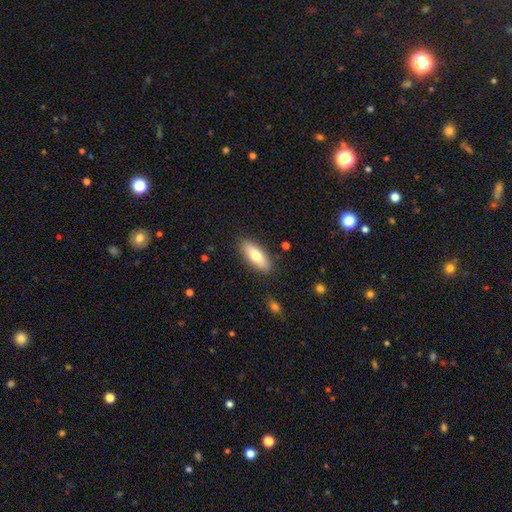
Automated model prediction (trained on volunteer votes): smooth 75%, featured or disk 19%, star or artifact 6%. Down the decision tree: how rounded — in between (76%); merging — none (86%).